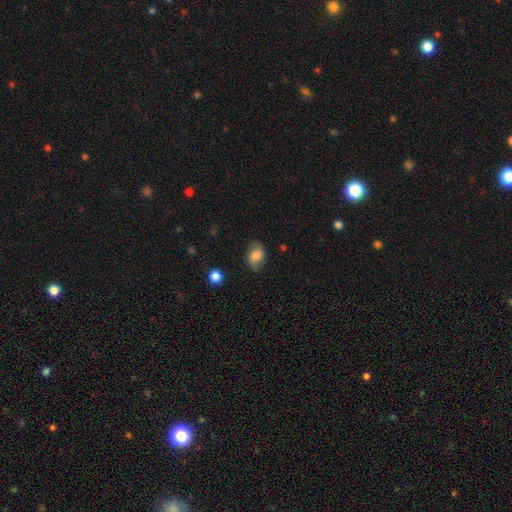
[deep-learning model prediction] This is likely a smooth galaxy (64%). How rounded: likely in between (73%). Merging: likely none (69%).